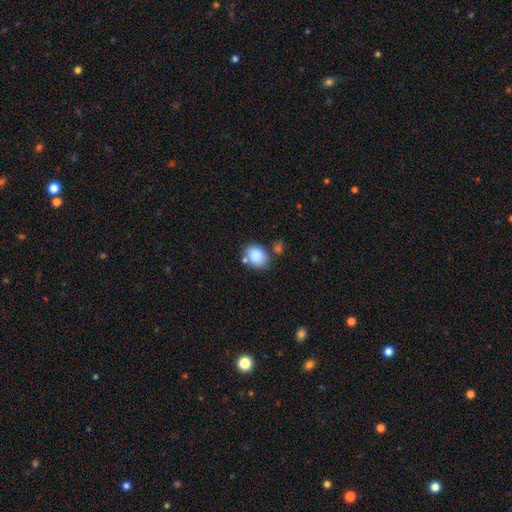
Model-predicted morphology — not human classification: Overall: smooth (86%). How rounded: in between (60%; round 39%). Merging: none (62%).